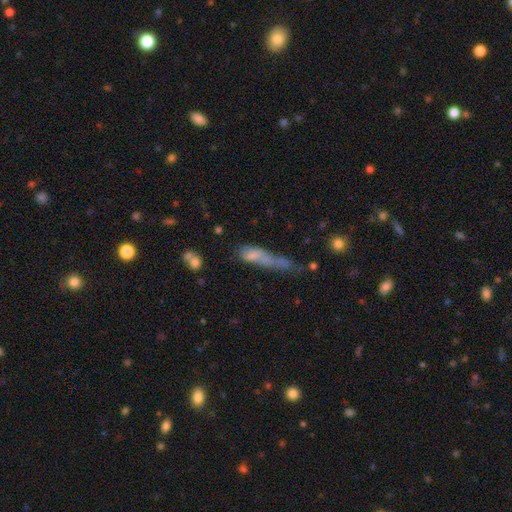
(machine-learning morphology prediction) The model was most divided on "merging": merger: 30%, major disturbance: 28%, none: 22%, minor disturbance: 21%. More confident: how rounded — cigar-shaped (65%); smooth or featured — smooth (62%).